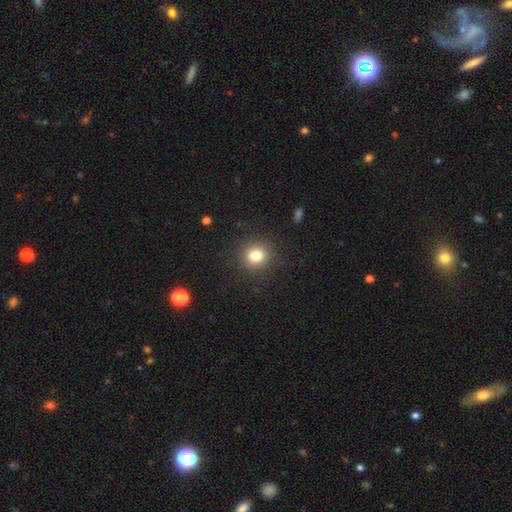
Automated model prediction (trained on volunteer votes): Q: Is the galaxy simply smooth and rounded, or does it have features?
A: smooth — 80%.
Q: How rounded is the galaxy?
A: round — 92%.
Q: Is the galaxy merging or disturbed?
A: none — 90%.